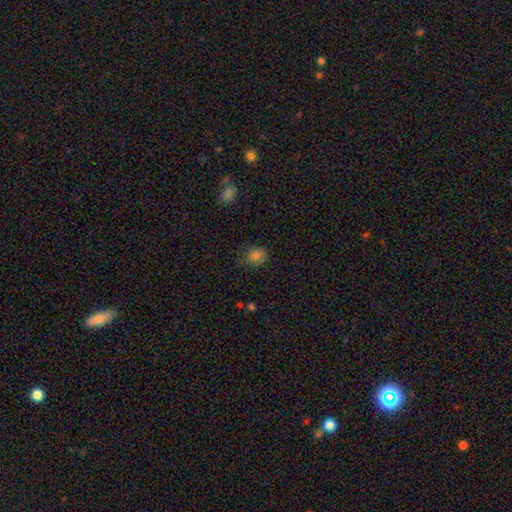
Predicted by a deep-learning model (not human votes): This appears to be a smooth galaxy with no disk features (81%) that is round (72%). Merging: none (71%).